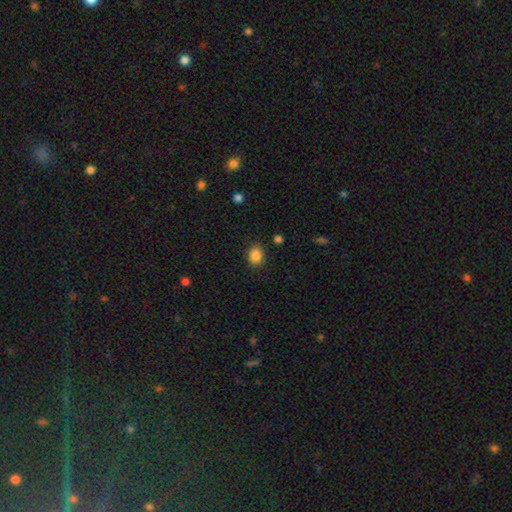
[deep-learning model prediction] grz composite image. It shows a smooth galaxy with no disk features (86%) that is round (56%). Merging: none (87%).